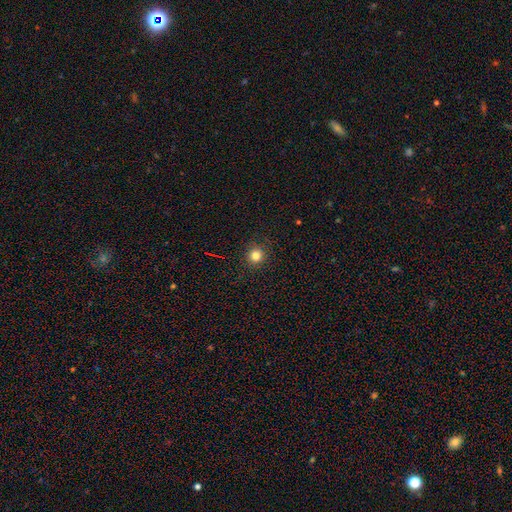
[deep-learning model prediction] Q: Smooth or featured?
A: smooth (81%); runner-up: star or artifact (14%)
Q: How rounded?
A: round (93%); runner-up: in between (6%)
Q: Merging?
A: none (91%); runner-up: minor disturbance (6%)